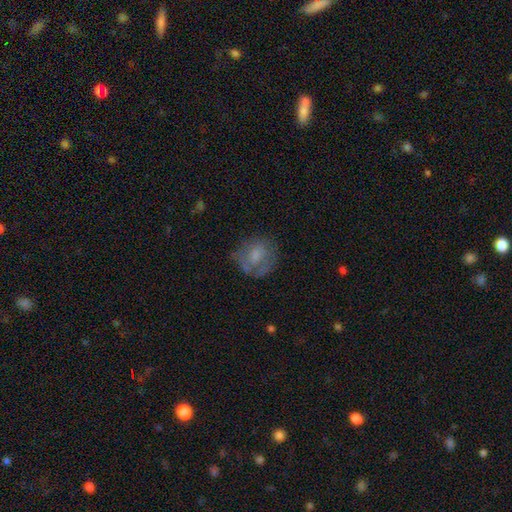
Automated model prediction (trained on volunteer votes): smooth_or_featured: smooth (p=0.55) [alt: featured or disk p=0.34]
how_rounded: round (p=0.71) [alt: in between p=0.28]
merging: none (p=0.56) [alt: minor disturbance p=0.23]